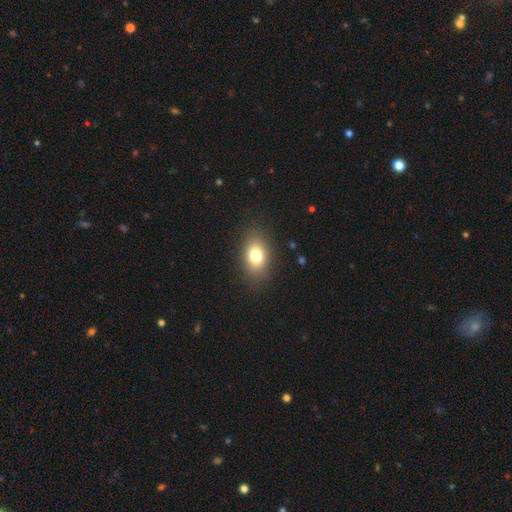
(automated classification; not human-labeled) This appears to be a smooth galaxy with no disk features (78%) that is in between round and cigar-shaped (82%). Merging: none (85%).